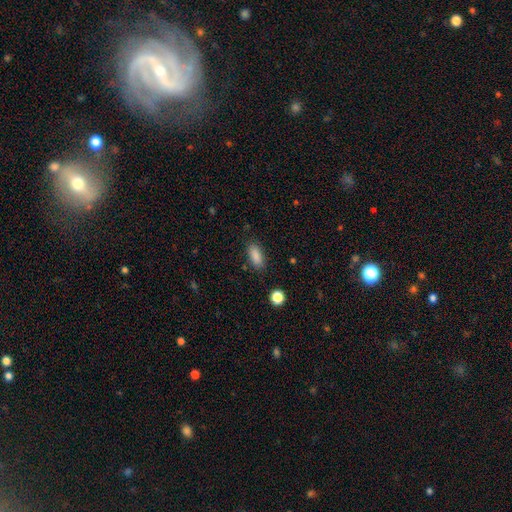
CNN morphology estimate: The model was most divided on "how rounded": in between: 83%, cigar-shaped: 14%, round: 3%. More confident: smooth or featured — smooth (87%); merging — none (84%).